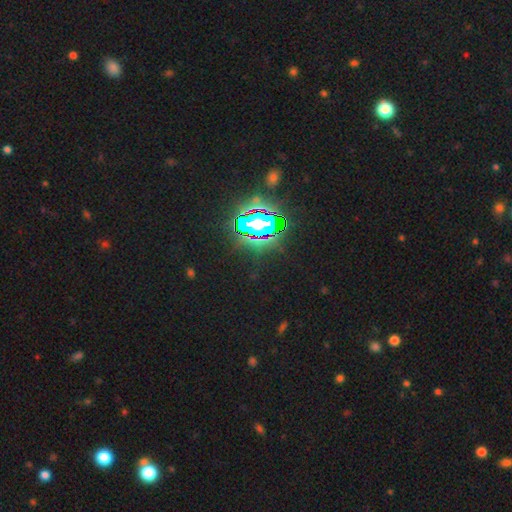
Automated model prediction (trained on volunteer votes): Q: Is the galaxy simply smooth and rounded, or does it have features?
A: star or artifact — 81%.